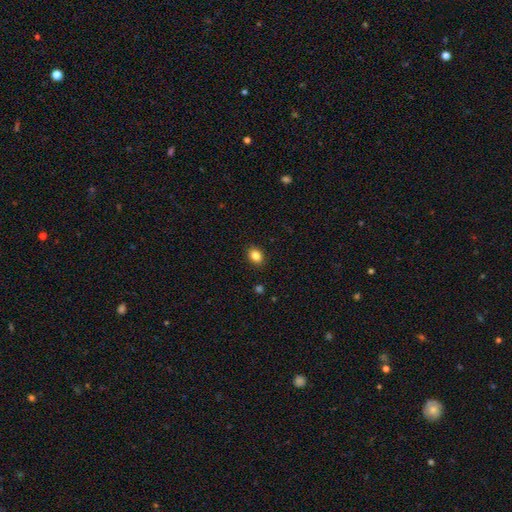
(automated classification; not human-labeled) smooth 84%, star or artifact 10%, featured or disk 5%. Down the decision tree: how rounded — in between (57%); merging — none (90%).